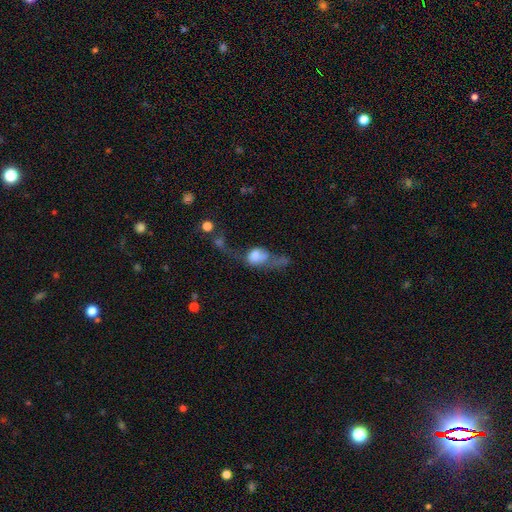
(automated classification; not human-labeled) Overall: smooth (56%; featured or disk 34%). How rounded: in between (65%; round 31%). Merging: major disturbance (43%; merger 29%).